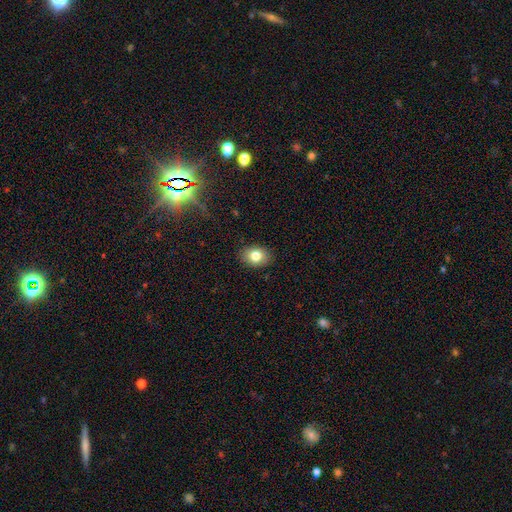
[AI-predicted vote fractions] The model was most divided on "how rounded": in between: 69%, round: 30%, cigar-shaped: 1%. More confident: merging — none (88%); smooth or featured — smooth (81%).